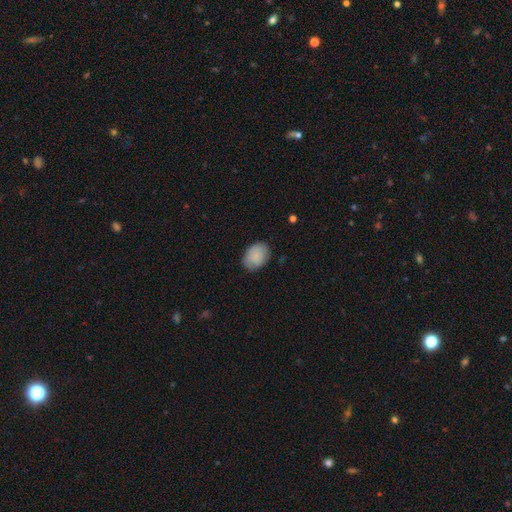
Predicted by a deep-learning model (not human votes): smooth-or-featured: smooth: 86% | featured or disk: 8% | star or artifact: 6%
  how-rounded: in between: 75% | round: 24% | cigar-shaped: 1%
  merging: none: 79% | minor disturbance: 17% | major disturbance: 3% | merger: 1%